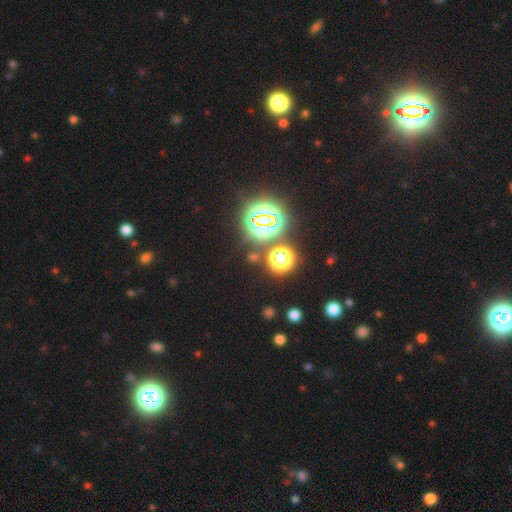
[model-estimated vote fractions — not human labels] Smooth or featured? star or artifact (72%)